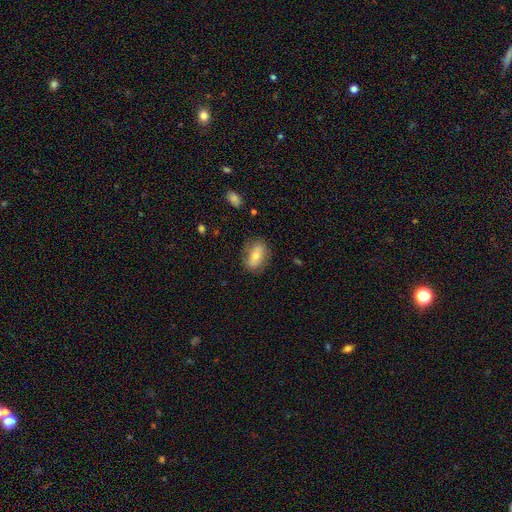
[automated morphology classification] smooth_or_featured: smooth (p=0.59) [alt: featured or disk p=0.32]
how_rounded: in between (p=0.81) [alt: round p=0.14]
merging: none (p=0.79) [alt: minor disturbance p=0.16]